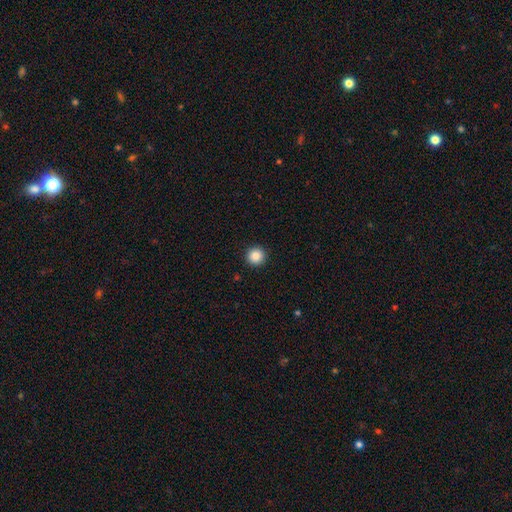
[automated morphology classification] Smooth or featured?
  - smooth: 86% *
  - star or artifact: 9%
  - featured or disk: 4%
How rounded?
  - round: 96% *
  - in between: 3%
  - cigar-shaped: 1%
Merging?
  - none: 94% *
  - minor disturbance: 4%
  - major disturbance: 1%
  - merger: 1%